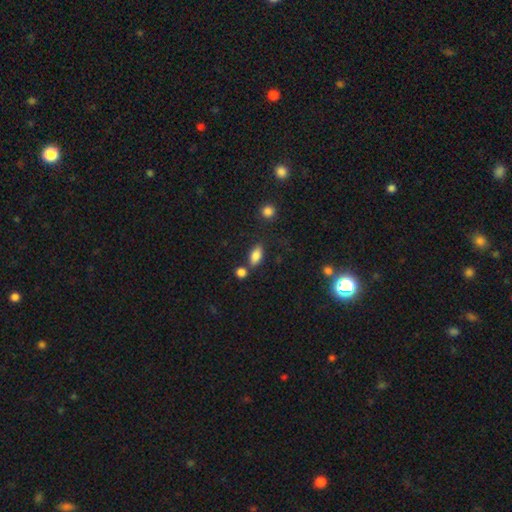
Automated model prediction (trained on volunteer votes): The model was most divided on "merging": none: 68%, merger: 14%, minor disturbance: 14%, major disturbance: 4%. More confident: how rounded — in between (85%); smooth or featured — smooth (83%).